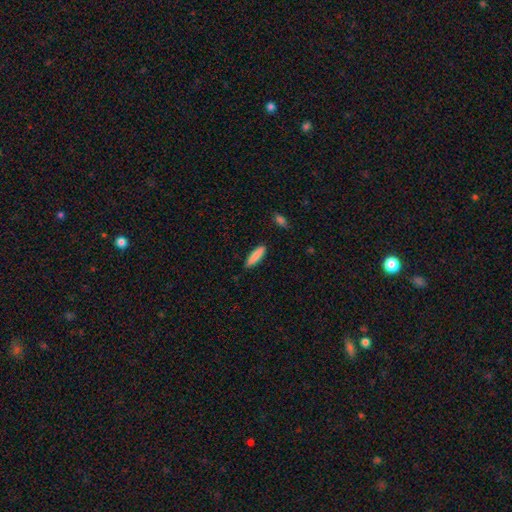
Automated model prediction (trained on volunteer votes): The model was most divided on "how rounded": cigar-shaped: 74%, in between: 24%, round: 1%. More confident: merging — none (87%); smooth or featured — smooth (86%).